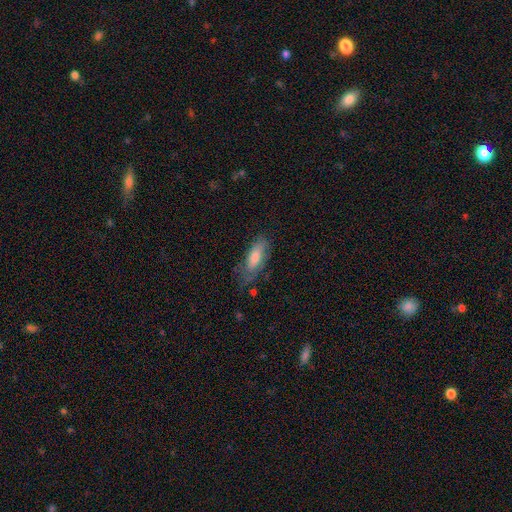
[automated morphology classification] A smooth galaxy with no disk features (68%) that is in between round and cigar-shaped (67%). Merging: none (60%).